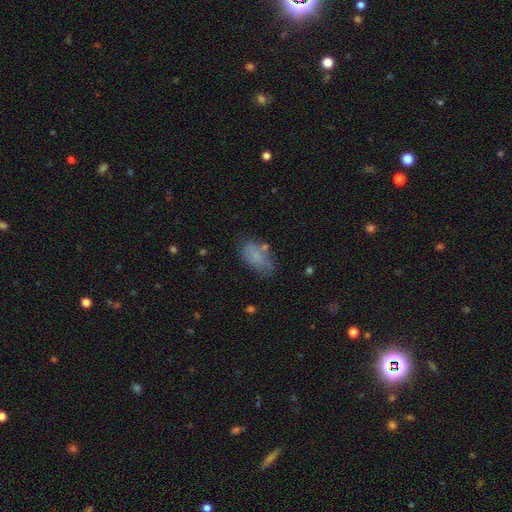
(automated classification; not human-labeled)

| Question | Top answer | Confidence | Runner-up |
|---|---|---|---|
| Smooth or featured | smooth | 71% | featured or disk (19%) |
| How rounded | in between | 90% | cigar-shaped (6%) |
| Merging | none | 54% | minor disturbance (26%) |